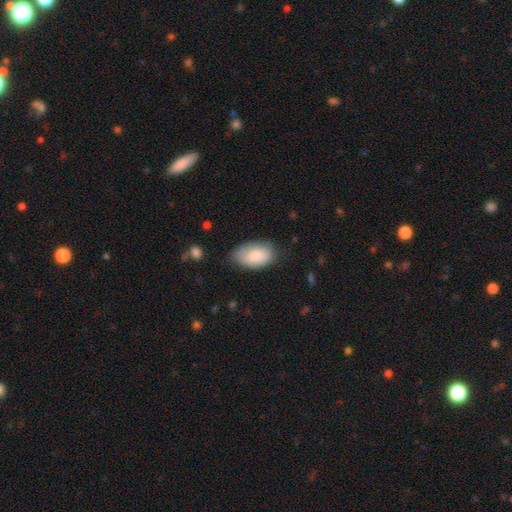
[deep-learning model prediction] Smooth or featured?
  - smooth: 83% *
  - featured or disk: 11%
  - star or artifact: 6%
How rounded?
  - in between: 94% *
  - round: 5%
  - cigar-shaped: 1%
Merging?
  - none: 71% *
  - minor disturbance: 22%
  - major disturbance: 5%
  - merger: 1%